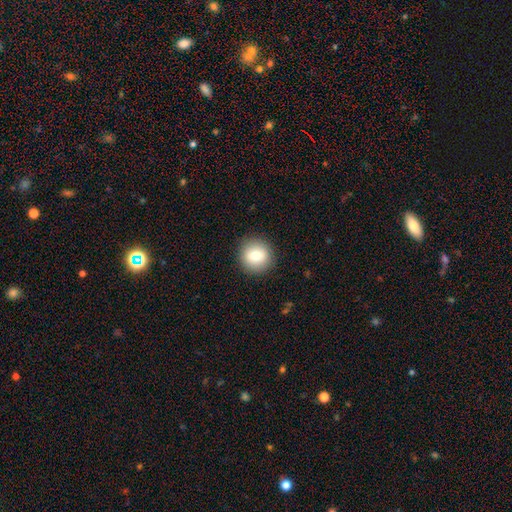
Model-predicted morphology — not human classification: Q: Smooth or featured?
A: smooth (79%); runner-up: featured or disk (12%)
Q: How rounded?
A: round (91%); runner-up: in between (8%)
Q: Merging?
A: none (91%); runner-up: minor disturbance (6%)